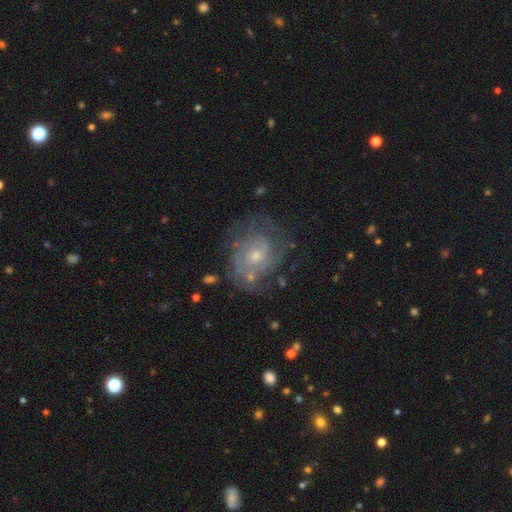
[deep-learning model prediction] A featured or disk galaxy (77%) with no bar (72%), tight (59%) spiral arms (87%) and a small central bulge (55%). Merging: none (65%).